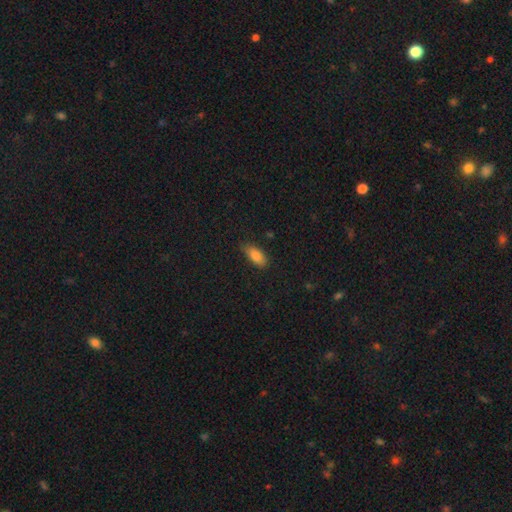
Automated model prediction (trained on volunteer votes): Smooth or featured: smooth — 83% (featured or disk — 9%)
How rounded: in between — 86% (cigar-shaped — 12%)
Merging: none — 76% (minor disturbance — 19%)